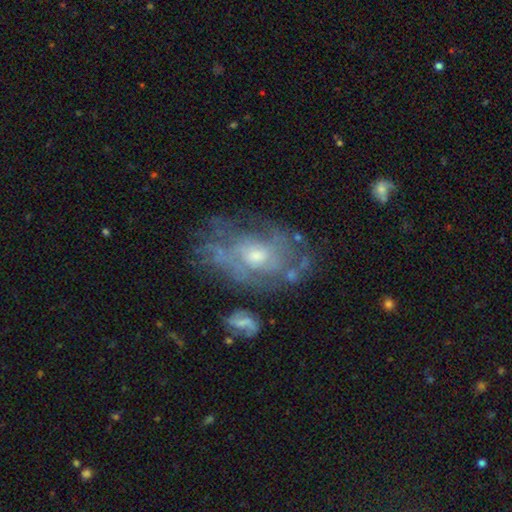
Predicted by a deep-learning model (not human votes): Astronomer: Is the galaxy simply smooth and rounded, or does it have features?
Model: featured or disk — 74%.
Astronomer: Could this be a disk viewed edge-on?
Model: no — 95%.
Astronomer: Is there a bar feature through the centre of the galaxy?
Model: no — 77%.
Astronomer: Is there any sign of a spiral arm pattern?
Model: yes — 64%.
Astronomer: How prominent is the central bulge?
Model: moderate — 54% (runner-up: small, 39%).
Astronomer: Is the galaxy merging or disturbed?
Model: none — 64%.